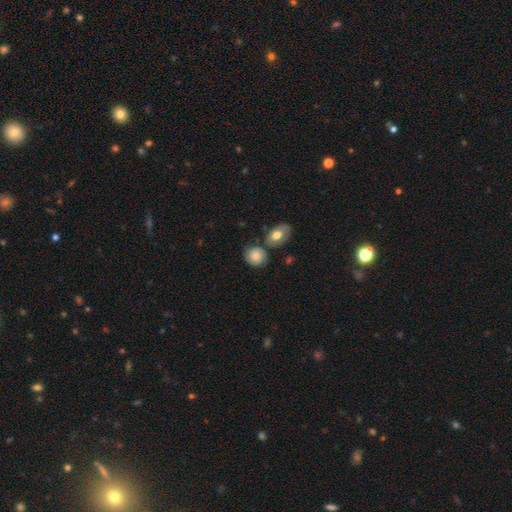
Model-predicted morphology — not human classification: smooth 68%, featured or disk 24%, star or artifact 8%. Down the decision tree: how rounded — round (69%); merging — none (63%).